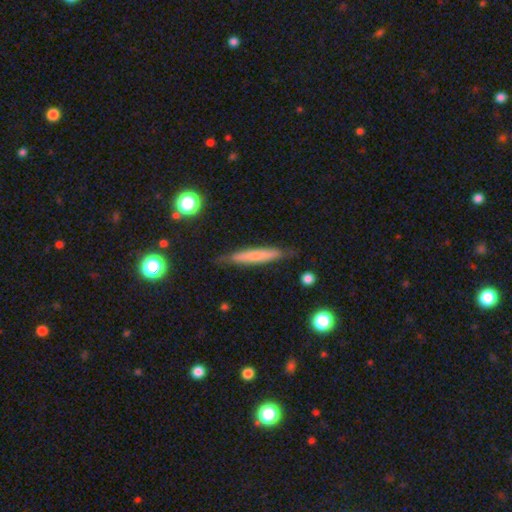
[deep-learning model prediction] This appears to be a smooth galaxy with no disk features (66%) that is cigar-shaped (94%). Merging: none (83%).